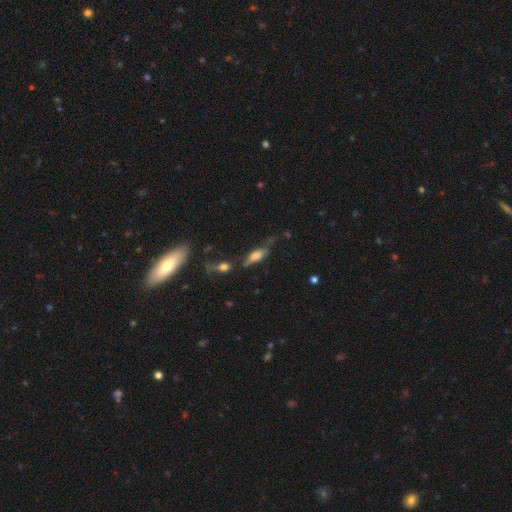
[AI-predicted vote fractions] This appears to be a smooth galaxy with no disk features (54%) that is in between round and cigar-shaped (58%). Merging: none (44%).